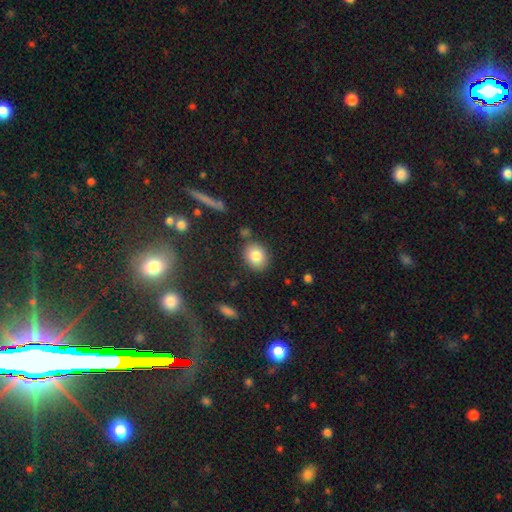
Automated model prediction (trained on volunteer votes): smooth-or-featured: smooth: 82% | star or artifact: 9% | featured or disk: 8%
  how-rounded: round: 62% | in between: 37% | cigar-shaped: 1%
  merging: none: 82% | minor disturbance: 10% | merger: 5% | major disturbance: 3%